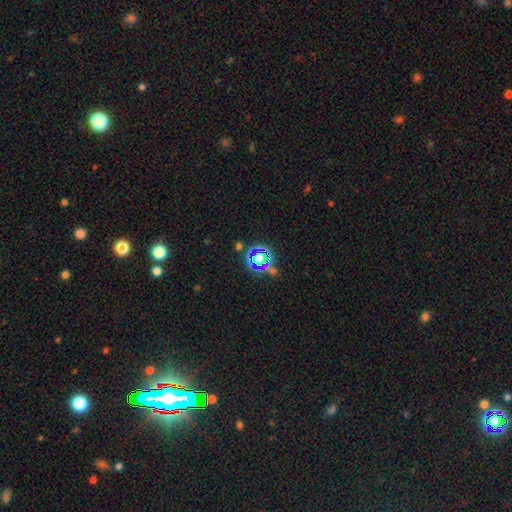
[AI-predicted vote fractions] smooth-or-featured: star or artifact: 61% | smooth: 27% | featured or disk: 12%